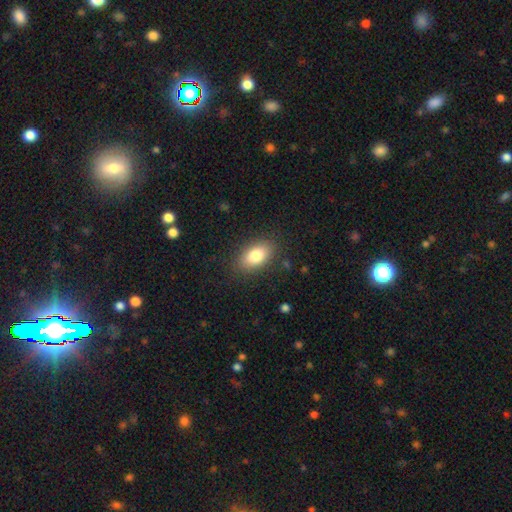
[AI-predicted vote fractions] Overall: smooth (82%). How rounded: in between (91%). Merging: none (85%).